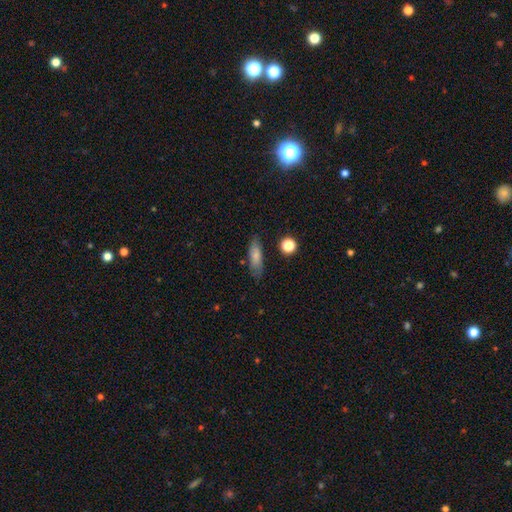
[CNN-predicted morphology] A smooth galaxy with no disk features (75%) that is in between round and cigar-shaped (58%). Merging: none (76%).